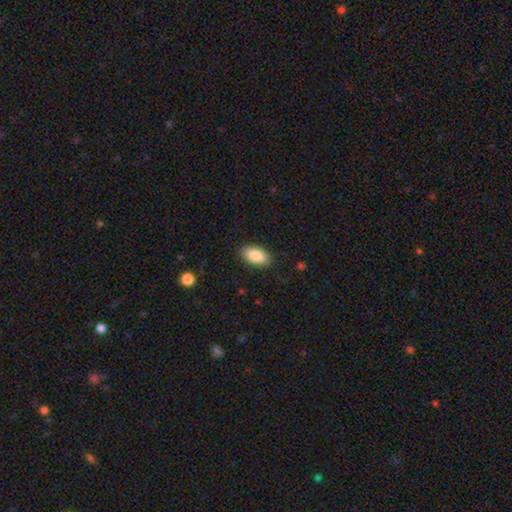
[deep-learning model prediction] smooth-or-featured: smooth: 86% | featured or disk: 8% | star or artifact: 7%
  how-rounded: in between: 94% | round: 3% | cigar-shaped: 3%
  merging: none: 87% | minor disturbance: 10% | major disturbance: 2% | merger: 1%